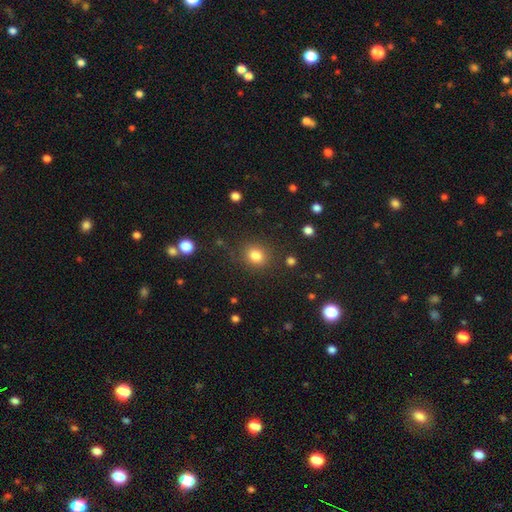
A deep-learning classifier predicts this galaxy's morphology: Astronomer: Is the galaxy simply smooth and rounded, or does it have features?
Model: smooth — 82%.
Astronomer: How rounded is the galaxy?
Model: round — 75%.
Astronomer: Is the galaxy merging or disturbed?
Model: none — 84%.